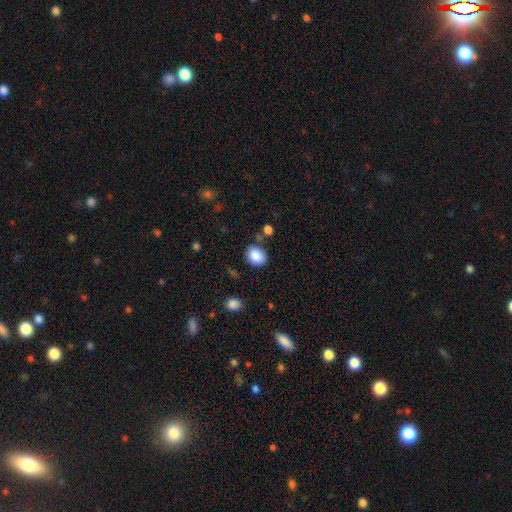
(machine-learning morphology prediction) This appears to be a smooth galaxy with no disk features (87%) that is round (51%). Merging: none (80%).